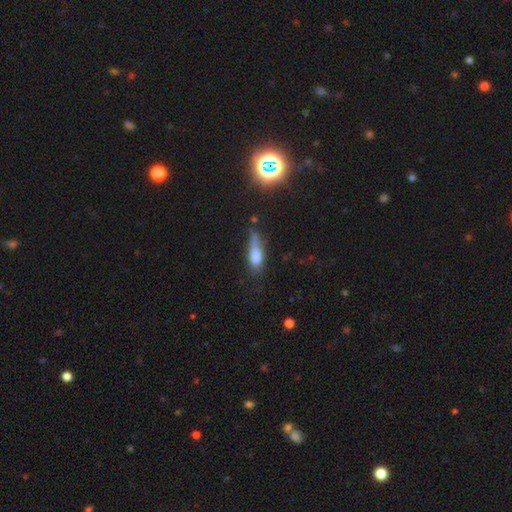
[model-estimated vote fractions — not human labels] smooth-or-featured: smooth: 67% | featured or disk: 19% | star or artifact: 14%
  how-rounded: in between: 56% | cigar-shaped: 39% | round: 5%
  merging: none: 38% | minor disturbance: 35% | major disturbance: 19% | merger: 9%